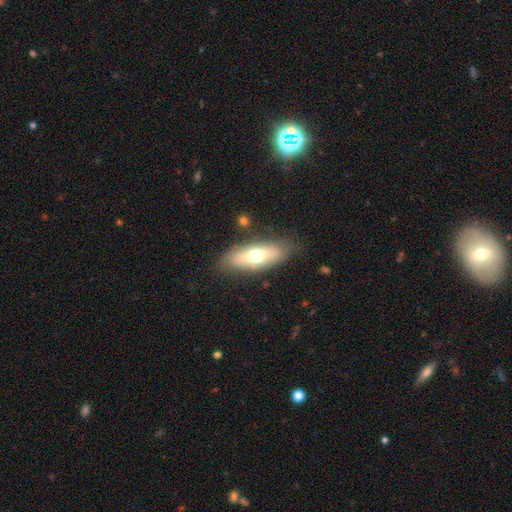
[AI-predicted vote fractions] smooth 62%, featured or disk 32%, star or artifact 7%. Down the decision tree: how rounded — in between (68%); merging — none (80%).